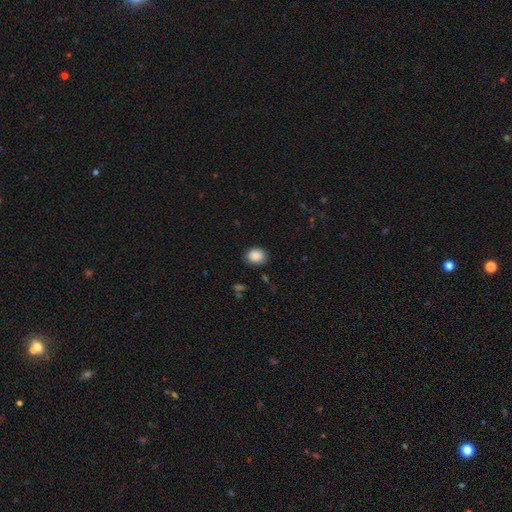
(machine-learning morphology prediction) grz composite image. It shows a smooth galaxy with no disk features (88%) that is in between round and cigar-shaped (52%). Merging: none (86%).